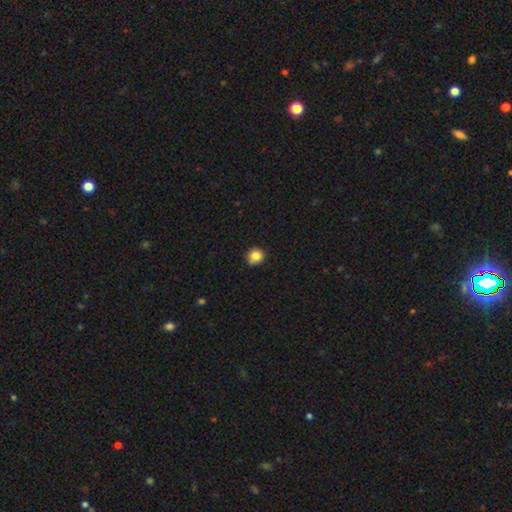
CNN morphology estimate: A smooth galaxy with no disk features (83%) that is round (87%).

Vote fractions:
- Smooth or featured? smooth: 83% / star or artifact: 10% / featured or disk: 7%
- How rounded? round: 87% / in between: 12% / cigar-shaped: 1%
- Merging? none: 86% / minor disturbance: 11% / major disturbance: 2% / merger: 1%